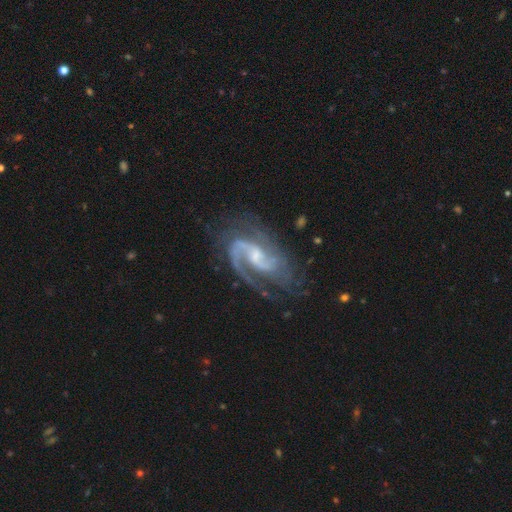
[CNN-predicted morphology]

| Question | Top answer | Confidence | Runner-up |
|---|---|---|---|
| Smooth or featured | featured or disk | 91% | star or artifact (5%) |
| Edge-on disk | no | 97% | yes (3%) |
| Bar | weak | 52% | no (32%) |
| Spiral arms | yes | 98% | no (2%) |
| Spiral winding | medium | 57% | tight (22%) |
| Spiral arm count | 2 | 79% | 3 (6%) |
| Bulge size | small | 53% | moderate (33%) |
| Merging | none | 66% | minor disturbance (19%) |